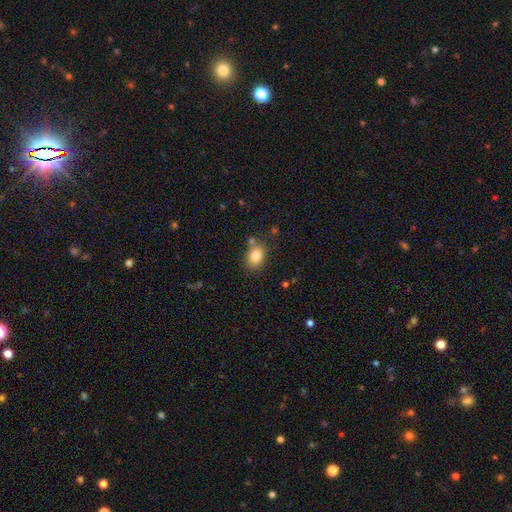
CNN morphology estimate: Overall: smooth (83%). How rounded: in between (70%). Merging: none (75%).